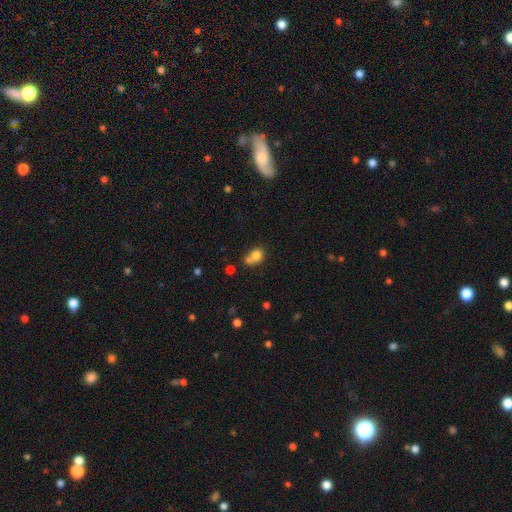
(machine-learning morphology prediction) Smooth or featured?
  - smooth: 77% *
  - star or artifact: 12%
  - featured or disk: 11%
How rounded?
  - round: 65% *
  - in between: 33%
  - cigar-shaped: 1%
Merging?
  - merger: 44% *
  - none: 37%
  - minor disturbance: 13%
  - major disturbance: 6%